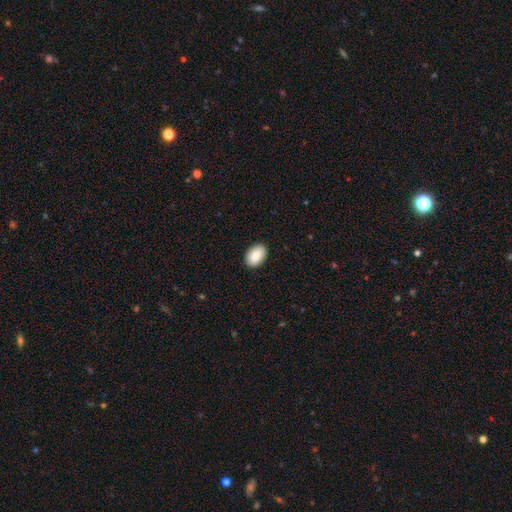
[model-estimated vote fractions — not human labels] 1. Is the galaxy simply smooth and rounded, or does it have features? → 86% smooth, 8% featured or disk, 6% star or artifact.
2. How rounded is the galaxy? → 88% in between, 11% round, 1% cigar-shaped.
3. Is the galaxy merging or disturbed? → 90% none, 8% minor disturbance, 2% major disturbance, 1% merger.